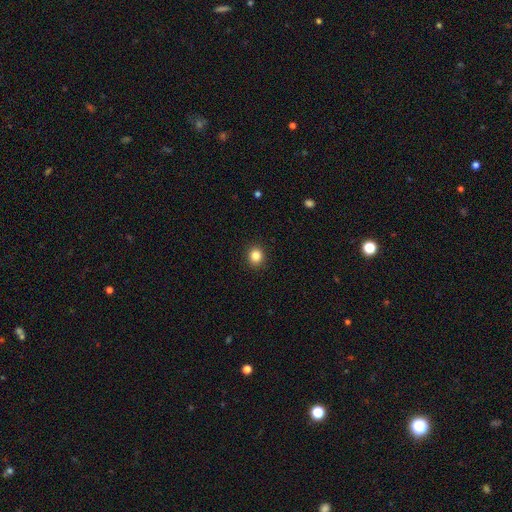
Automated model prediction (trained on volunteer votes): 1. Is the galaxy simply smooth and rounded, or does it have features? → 85% smooth, 11% star or artifact, 4% featured or disk.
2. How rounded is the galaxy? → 83% round, 17% in between, 1% cigar-shaped.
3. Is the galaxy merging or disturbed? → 91% none, 6% minor disturbance, 2% major disturbance, 1% merger.